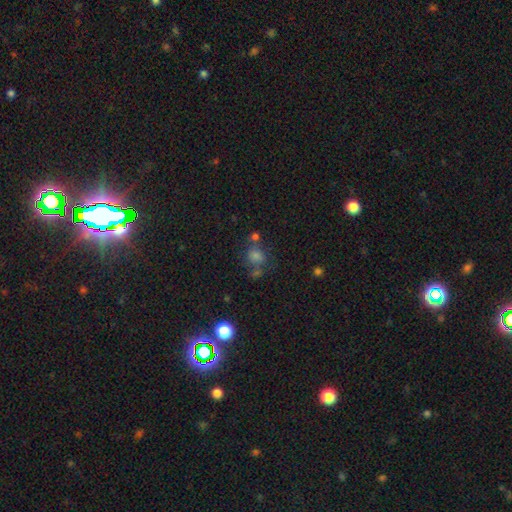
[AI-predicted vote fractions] Q: Smooth or featured?
A: smooth (62%); runner-up: star or artifact (26%)
Q: How rounded?
A: round (75%); runner-up: in between (24%)
Q: Merging?
A: none (57%); runner-up: merger (19%)